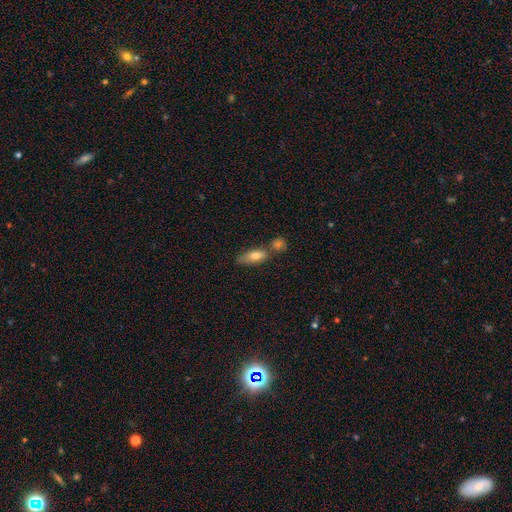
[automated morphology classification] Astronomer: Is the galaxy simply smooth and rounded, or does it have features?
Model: smooth — 75%.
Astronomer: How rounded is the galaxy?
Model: in between — 66%.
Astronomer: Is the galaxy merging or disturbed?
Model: none — 51% (runner-up: merger, 26%).